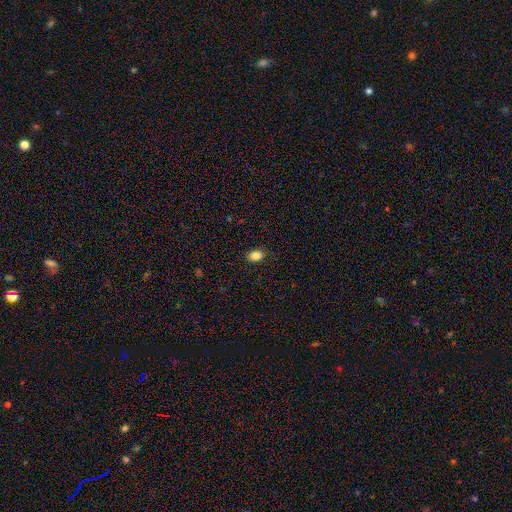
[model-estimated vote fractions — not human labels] A smooth galaxy with no disk features (85%) that is in between round and cigar-shaped (78%). Merging: none (87%).